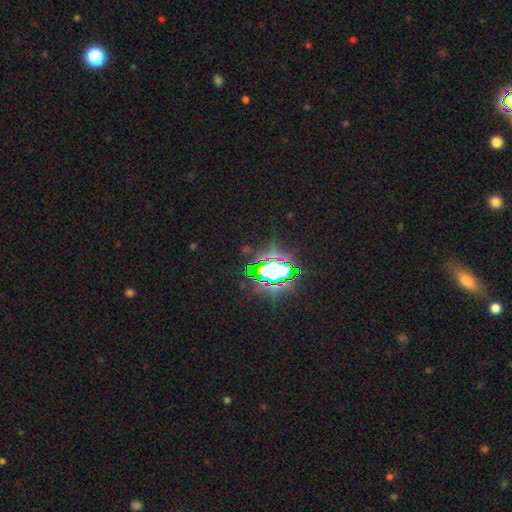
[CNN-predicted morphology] A star or artifact, not a galaxy (80%).

Vote fractions:
- Smooth or featured? star or artifact: 80% / smooth: 12% / featured or disk: 8%